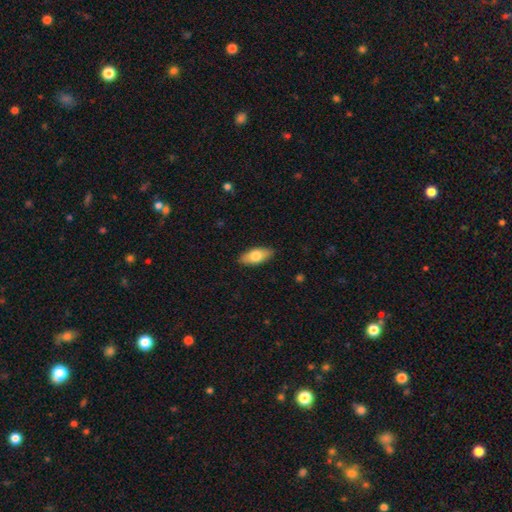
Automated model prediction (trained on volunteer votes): Morphology: type=smooth (73%); roundness=in between (86%); merging=none (88%).